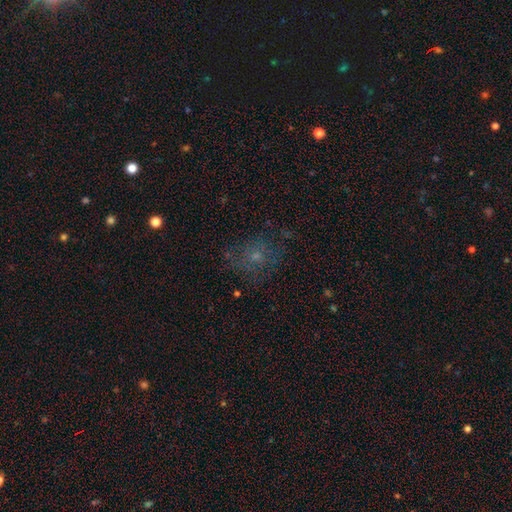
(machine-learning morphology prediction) A smooth galaxy with no disk features (42%). Merging: none (65%).